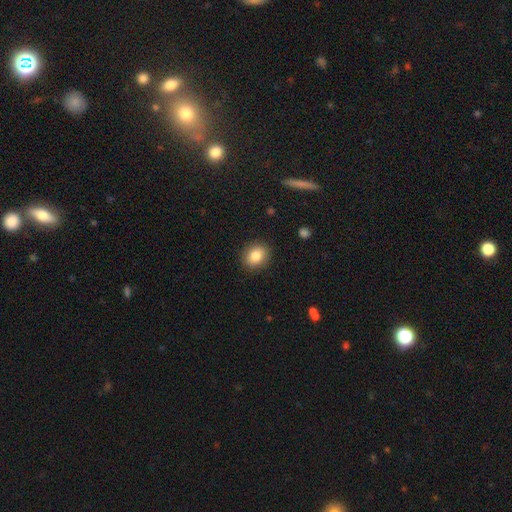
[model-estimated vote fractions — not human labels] smooth-or-featured: smooth: 83% | star or artifact: 9% | featured or disk: 8%
  how-rounded: round: 60% | in between: 39% | cigar-shaped: 1%
  merging: none: 89% | minor disturbance: 8% | major disturbance: 2% | merger: 1%